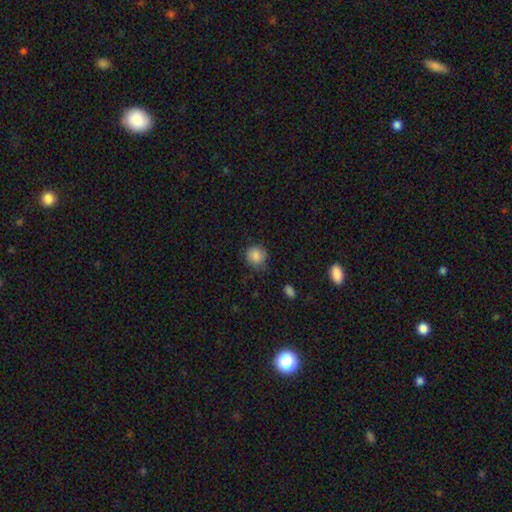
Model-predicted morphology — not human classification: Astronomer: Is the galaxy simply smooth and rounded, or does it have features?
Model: smooth — 86%.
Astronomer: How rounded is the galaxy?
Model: round — 85%.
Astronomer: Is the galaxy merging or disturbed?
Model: none — 78%.